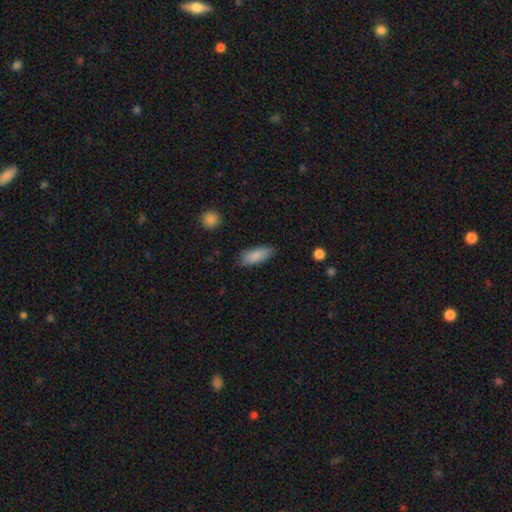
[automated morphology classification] Smooth or featured?
  - smooth: 87% *
  - featured or disk: 7%
  - star or artifact: 6%
How rounded?
  - in between: 77% *
  - cigar-shaped: 21%
  - round: 2%
Merging?
  - none: 82% *
  - minor disturbance: 14%
  - major disturbance: 3%
  - merger: 1%